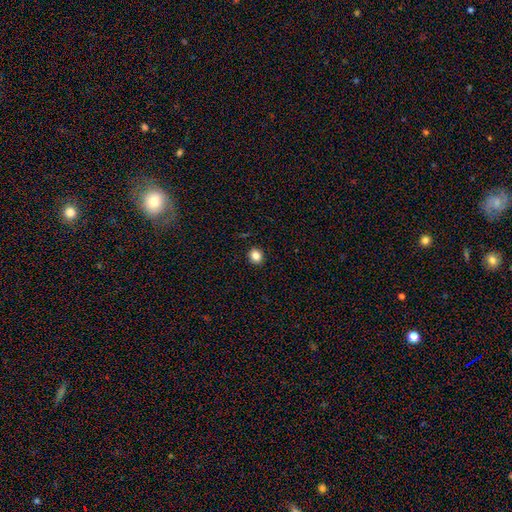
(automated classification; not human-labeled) smooth_or_featured: smooth (p=0.84) [alt: star or artifact p=0.11]
how_rounded: round (p=0.74) [alt: in between p=0.25]
merging: none (p=0.91) [alt: minor disturbance p=0.06]